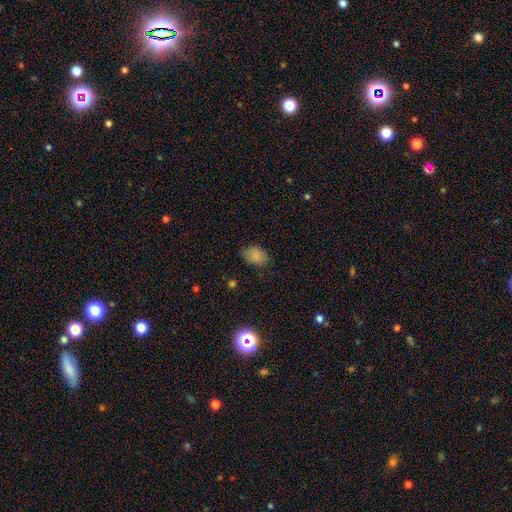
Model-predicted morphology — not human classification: This is clearly a smooth galaxy (84%). How rounded: likely in between (77%). Merging: likely none (74%).